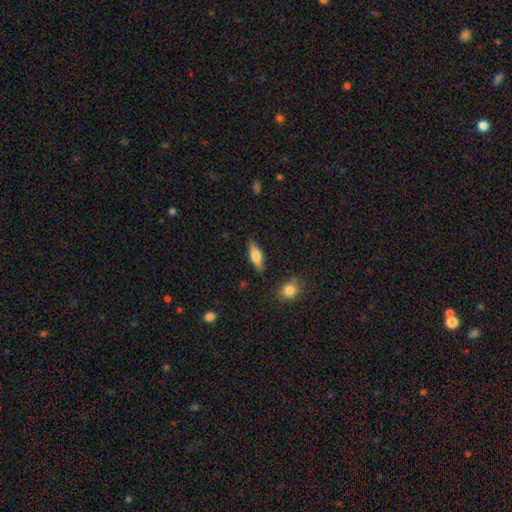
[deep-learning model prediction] smooth_or_featured: smooth (p=0.62) [alt: featured or disk p=0.31]
how_rounded: in between (p=0.59) [alt: cigar-shaped p=0.37]
merging: none (p=0.83) [alt: minor disturbance p=0.12]